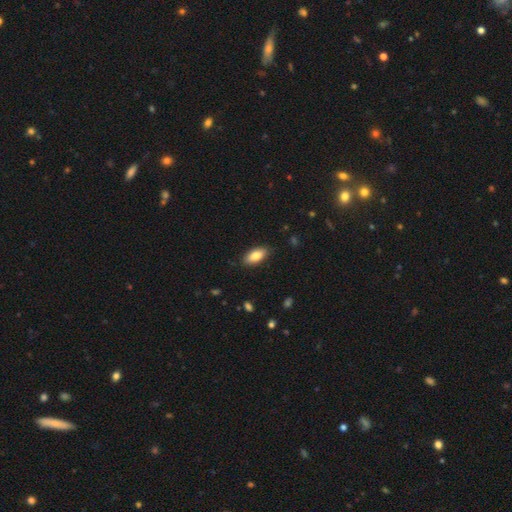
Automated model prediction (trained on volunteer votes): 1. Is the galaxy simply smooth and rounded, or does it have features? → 84% smooth, 10% featured or disk, 6% star or artifact.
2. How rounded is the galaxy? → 89% in between, 9% cigar-shaped, 2% round.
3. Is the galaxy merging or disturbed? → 87% none, 10% minor disturbance, 2% major disturbance, 1% merger.